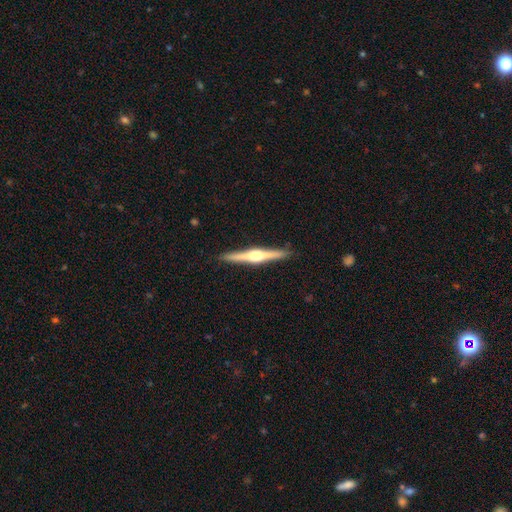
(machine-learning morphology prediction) A featured or disk galaxy (79%) viewed edge-on (98%) with a rounded central bulge (94%).

Vote fractions:
- Smooth or featured? featured or disk: 79% / smooth: 17% / star or artifact: 5%
- Edge-on disk? yes: 98% / no: 2%
- Edge-on bulge? rounded: 94% / boxy: 4% / none: 3%
- Merging? none: 91% / minor disturbance: 6% / major disturbance: 1% / merger: 1%